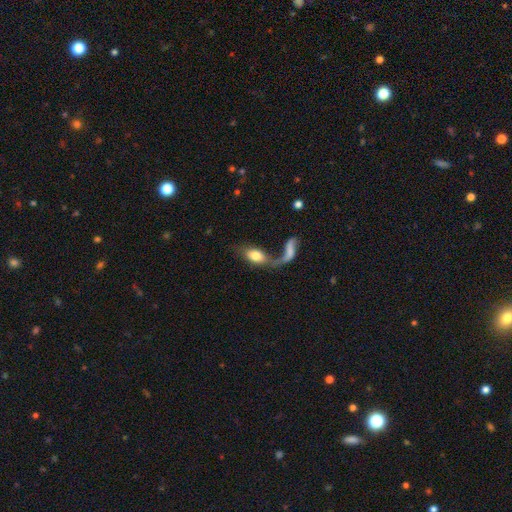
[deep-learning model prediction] The model was most divided on "merging": merger: 54%, none: 19%, major disturbance: 18%, minor disturbance: 9%. More confident: how rounded — in between (87%); smooth or featured — smooth (68%).